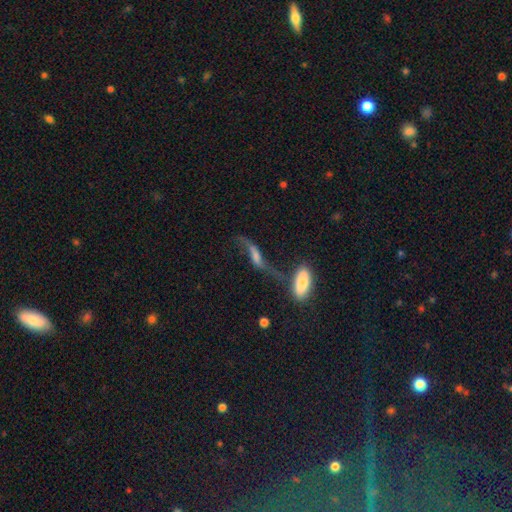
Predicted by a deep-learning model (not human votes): A featured or disk galaxy (72%) with no bar (41%), spiral arms (87%) and a small central bulge (35%).

Vote fractions:
- Smooth or featured? featured or disk: 72% / smooth: 17% / star or artifact: 11%
- Edge-on disk? no: 71% / yes: 29%
- Bar? no: 41% / weak: 37% / strong: 22%
- Spiral arms? yes: 87% / no: 13%
- Bulge size? small: 35% / moderate: 30% / none: 23% / large: 9% / dominant: 3%
- Merging? none: 50% / merger: 19% / minor disturbance: 17% / major disturbance: 14%